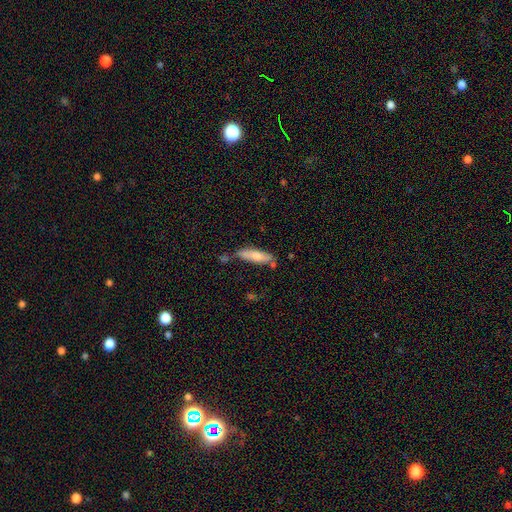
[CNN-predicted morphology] smooth_or_featured: smooth (p=0.73) [alt: featured or disk p=0.21]
how_rounded: cigar-shaped (p=0.64) [alt: in between p=0.35]
merging: none (p=0.62) [alt: minor disturbance p=0.21]